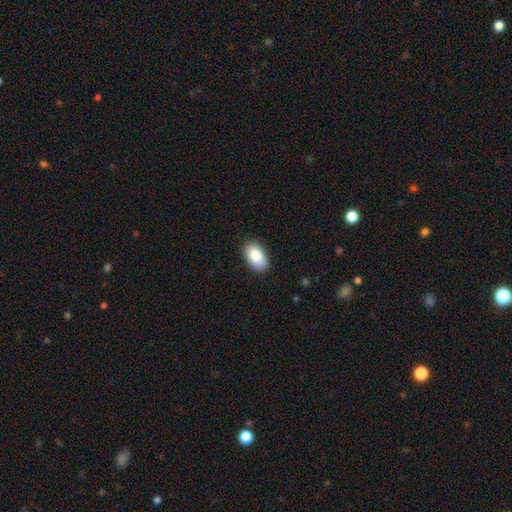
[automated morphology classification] Overall: smooth (87%). How rounded: in between (94%). Merging: none (87%).